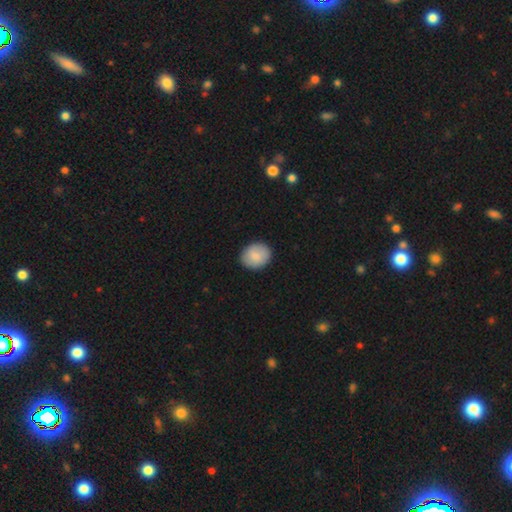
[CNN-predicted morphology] Smooth or featured: smooth — 85% (featured or disk — 8%)
How rounded: round — 65% (in between — 35%)
Merging: none — 89% (minor disturbance — 8%)